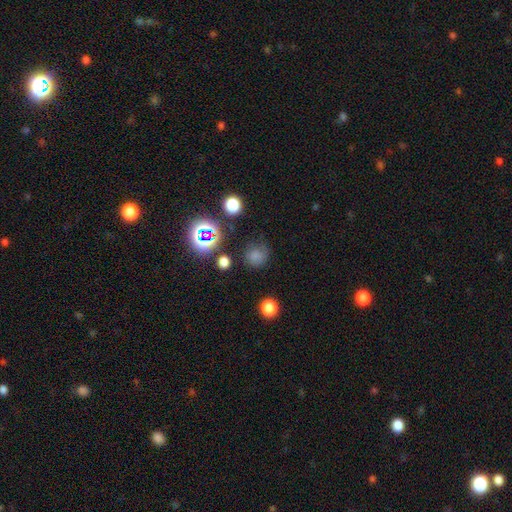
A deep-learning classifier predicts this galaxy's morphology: Smooth or featured: smooth — 68% (star or artifact — 23%)
How rounded: round — 88% (in between — 11%)
Merging: none — 69% (minor disturbance — 18%)